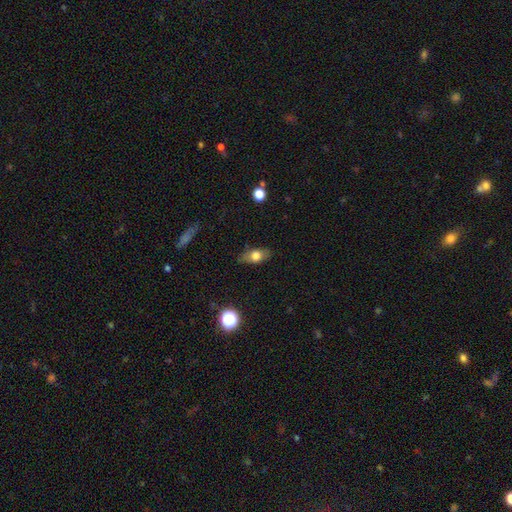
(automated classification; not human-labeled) smooth_or_featured: smooth (p=0.69) [alt: featured or disk p=0.22]
how_rounded: in between (p=0.81) [alt: round p=0.11]
merging: none (p=0.80) [alt: minor disturbance p=0.15]